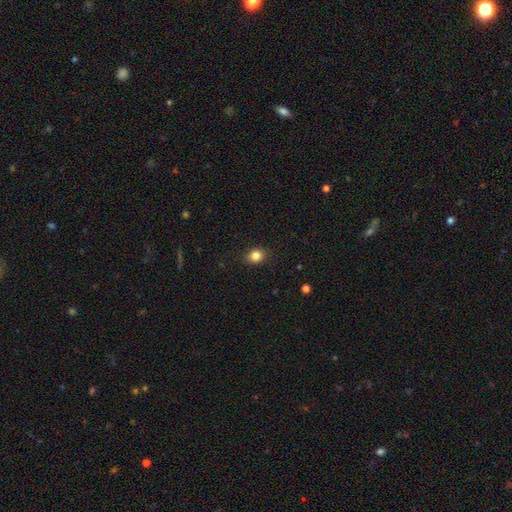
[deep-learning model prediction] Smooth or featured? Predicted: smooth (p=0.84). How rounded? Predicted: round (p=0.60). Merging? Predicted: none (p=0.88).